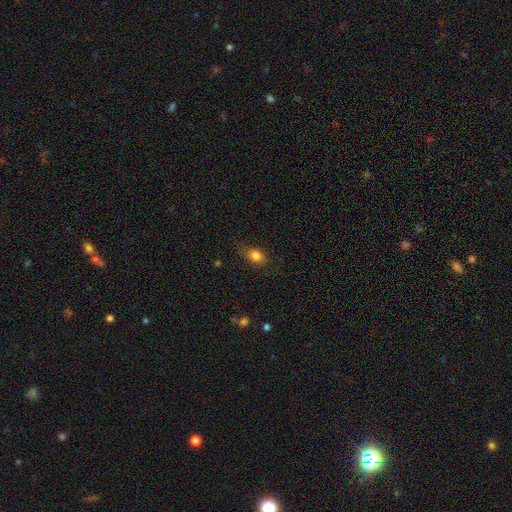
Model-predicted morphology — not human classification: smooth 82%, star or artifact 10%, featured or disk 8%. Down the decision tree: how rounded — in between (59%); merging — none (72%).